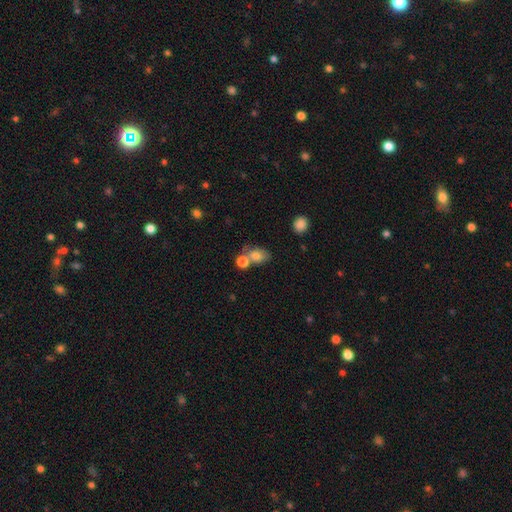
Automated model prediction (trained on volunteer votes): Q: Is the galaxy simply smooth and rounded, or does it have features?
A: smooth — 77%.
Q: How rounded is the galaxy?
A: in between — 71%.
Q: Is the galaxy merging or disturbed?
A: none — 41%.